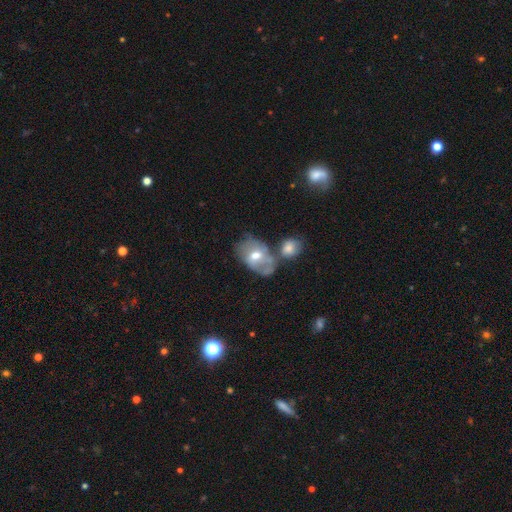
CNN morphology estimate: This appears to be a featured or disk galaxy (47%). Merging: merger (39%).